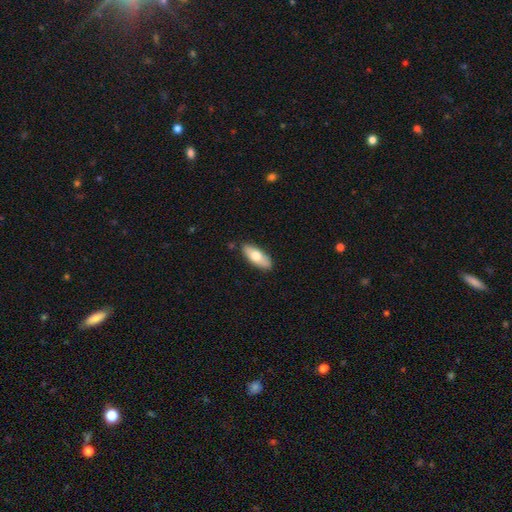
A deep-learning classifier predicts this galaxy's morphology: Smooth or featured? smooth (69%)
How rounded? in between (77%)
Merging? none (86%)